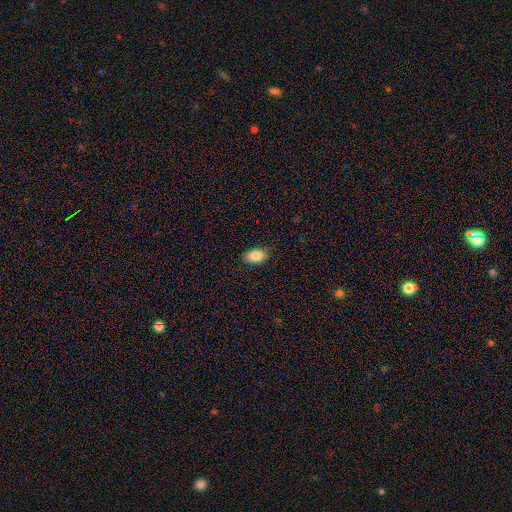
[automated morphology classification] Smooth or featured? smooth (85%)
How rounded? in between (87%)
Merging? none (85%)